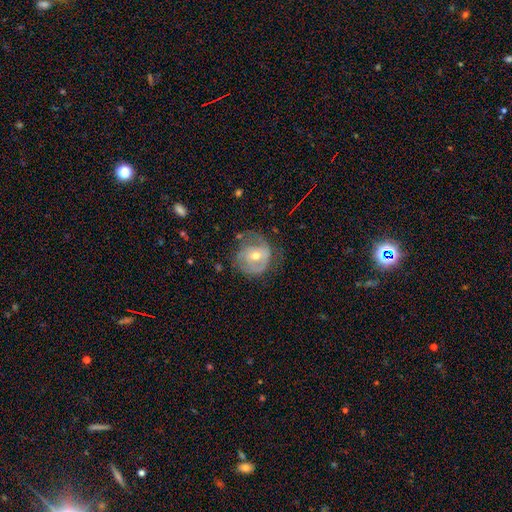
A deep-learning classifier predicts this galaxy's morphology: featured or disk 61%, smooth 31%, star or artifact 7%. Down the decision tree: edge-on disk — no (97%); bar — no (65%); spiral arms — yes (68%); bulge size — moderate (60%); merging — none (47%).